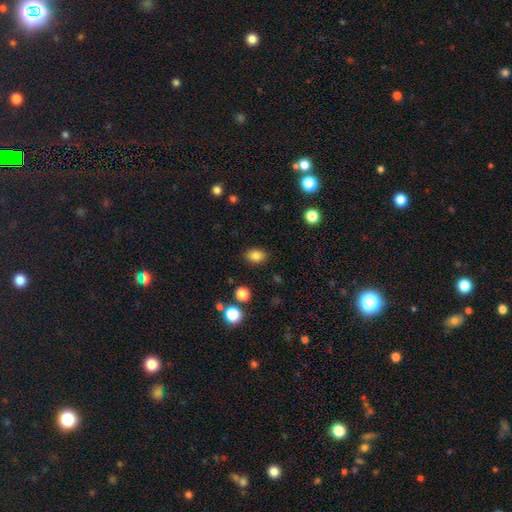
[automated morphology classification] This appears to be a smooth galaxy with no disk features (84%) that is in between round and cigar-shaped (73%). Merging: none (85%).